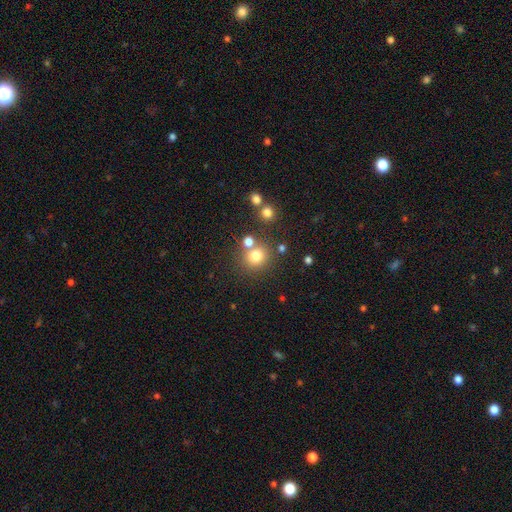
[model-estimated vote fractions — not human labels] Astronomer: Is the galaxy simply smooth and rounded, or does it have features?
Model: smooth — 75%.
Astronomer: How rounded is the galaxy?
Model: round — 87%.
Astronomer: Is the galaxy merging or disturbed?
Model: none — 69%.